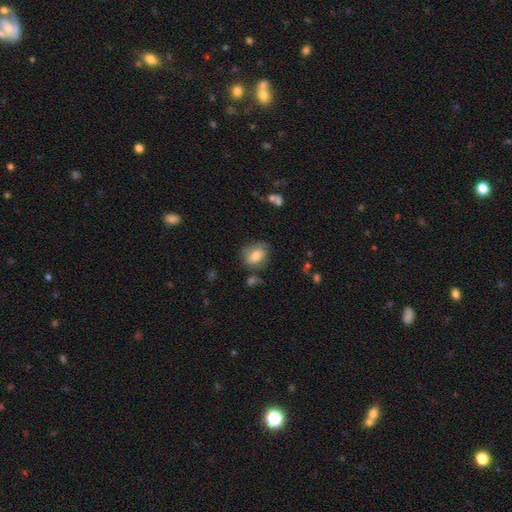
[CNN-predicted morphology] A smooth galaxy with no disk features (66%) that is in between round and cigar-shaped (68%).

Vote fractions:
- Smooth or featured? smooth: 66% / featured or disk: 26% / star or artifact: 8%
- How rounded? in between: 68% / round: 31% / cigar-shaped: 2%
- Merging? none: 61% / minor disturbance: 24% / major disturbance: 10% / merger: 5%